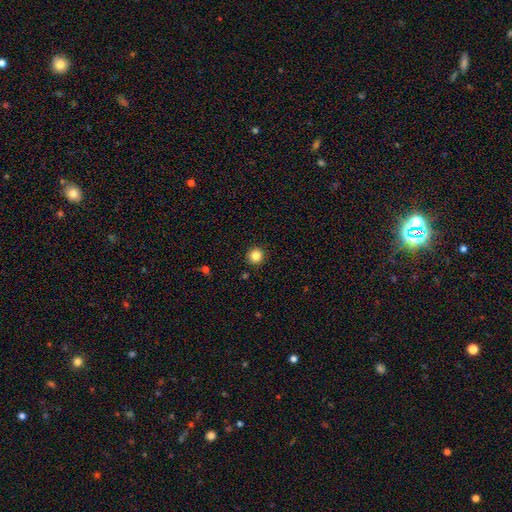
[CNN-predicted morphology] The model was most divided on "smooth or featured": smooth: 85%, star or artifact: 11%, featured or disk: 5%. More confident: how rounded — round (93%); merging — none (91%).